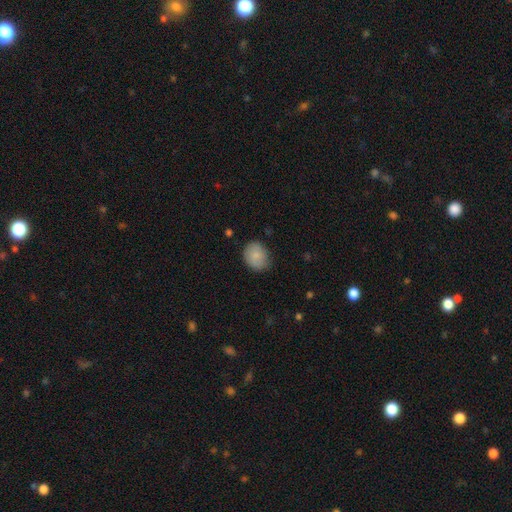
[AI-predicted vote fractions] Overall: smooth (83%). How rounded: round (60%; in between 40%). Merging: none (78%).